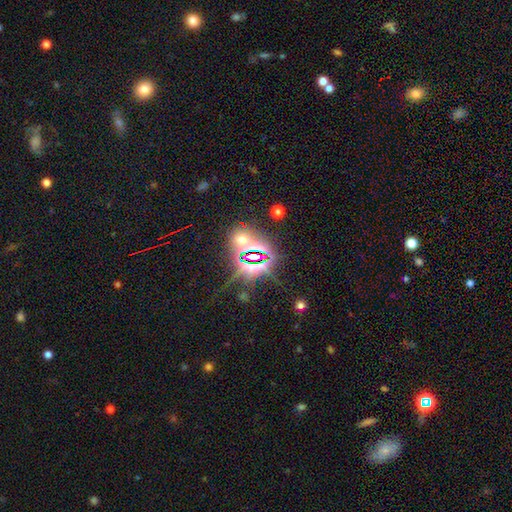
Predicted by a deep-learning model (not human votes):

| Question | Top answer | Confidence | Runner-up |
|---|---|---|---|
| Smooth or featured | star or artifact | 81% | smooth (11%) |